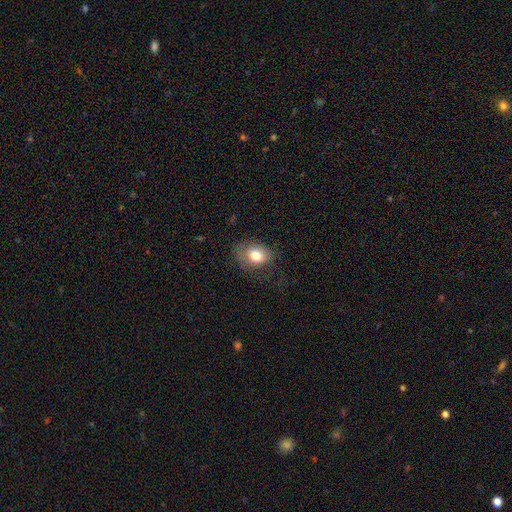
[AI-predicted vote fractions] Smooth or featured: smooth — 78% (featured or disk — 13%)
How rounded: in between — 61% (round — 38%)
Merging: none — 65% (minor disturbance — 23%)